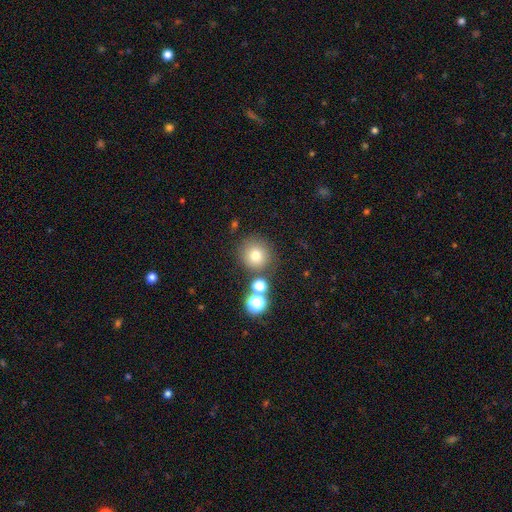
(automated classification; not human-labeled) Overall: smooth (74%). How rounded: round (93%). Merging: none (76%).